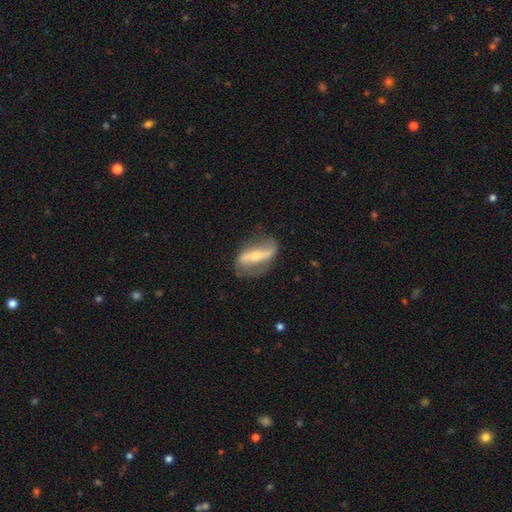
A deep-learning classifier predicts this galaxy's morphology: Q: Smooth or featured?
A: featured or disk (76%); runner-up: smooth (18%)
Q: Edge-on disk?
A: no (82%); runner-up: yes (18%)
Q: Bar?
A: strong (69%); runner-up: weak (17%)
Q: Spiral arms?
A: yes (76%); runner-up: no (24%)
Q: Bulge size?
A: small (52%); runner-up: moderate (39%)
Q: Merging?
A: none (67%); runner-up: minor disturbance (20%)